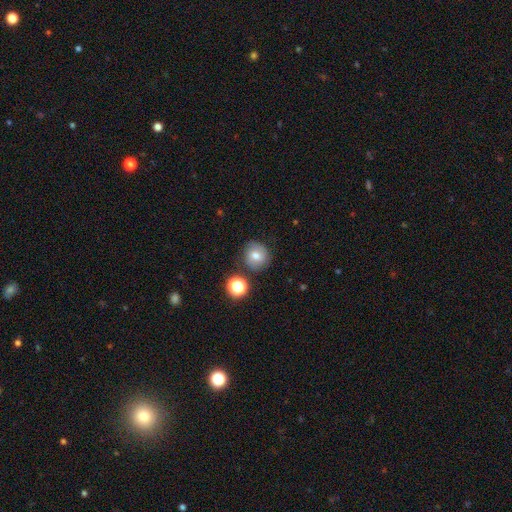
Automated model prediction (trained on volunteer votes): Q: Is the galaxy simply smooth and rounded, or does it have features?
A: smooth — 67%.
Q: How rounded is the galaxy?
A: round — 88%.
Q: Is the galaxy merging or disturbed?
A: none — 79%.